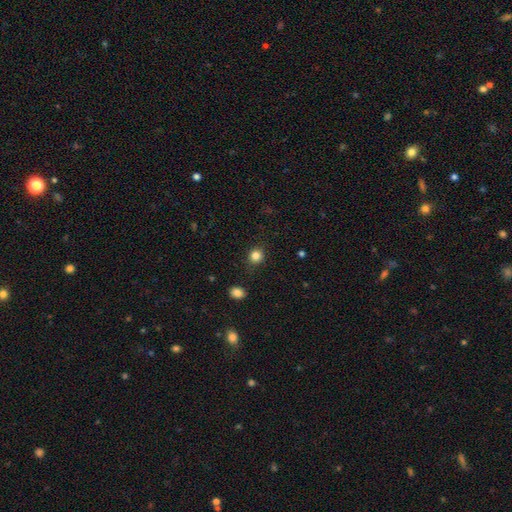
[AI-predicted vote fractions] smooth 84%, star or artifact 12%, featured or disk 5%. Down the decision tree: how rounded — round (84%); merging — none (87%).